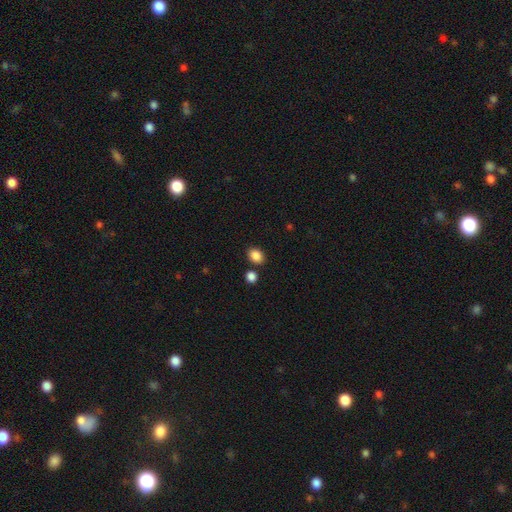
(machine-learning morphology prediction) Q: Smooth or featured?
A: smooth (87%); runner-up: star or artifact (10%)
Q: How rounded?
A: in between (59%); runner-up: round (40%)
Q: Merging?
A: none (79%); runner-up: minor disturbance (10%)